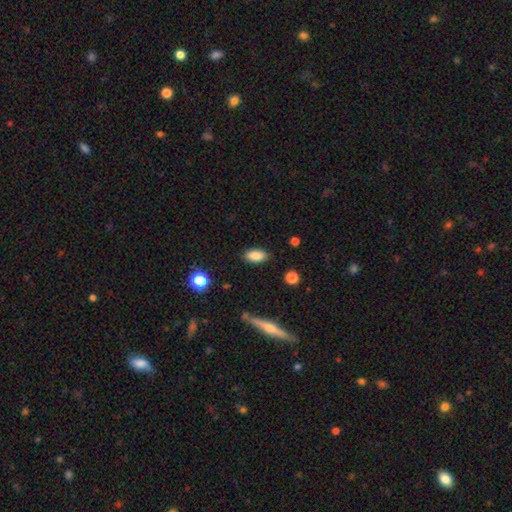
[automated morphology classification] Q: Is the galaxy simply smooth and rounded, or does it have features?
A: smooth — 85%.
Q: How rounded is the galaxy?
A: in between — 90%.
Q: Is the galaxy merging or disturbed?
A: none — 87%.